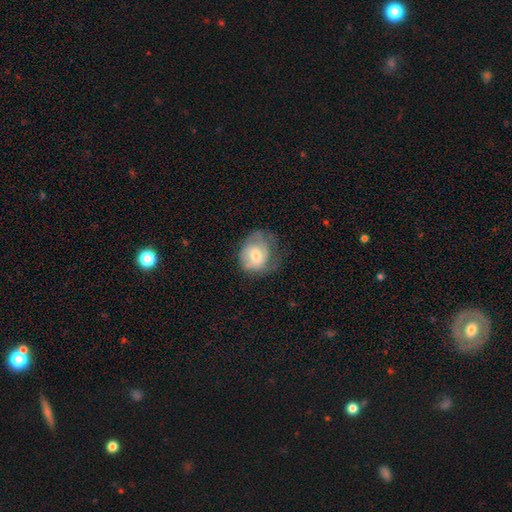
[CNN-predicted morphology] smooth-or-featured: smooth: 58% | featured or disk: 34% | star or artifact: 7%
  how-rounded: round: 59% | in between: 40% | cigar-shaped: 1%
  merging: none: 42% | minor disturbance: 34% | major disturbance: 22% | merger: 2%